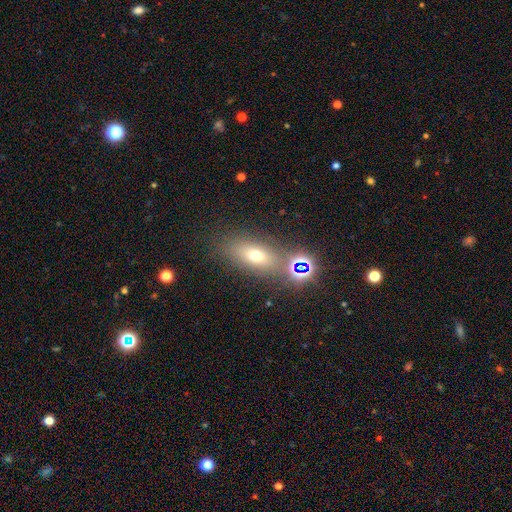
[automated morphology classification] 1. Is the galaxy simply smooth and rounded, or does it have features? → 61% smooth, 20% star or artifact, 19% featured or disk.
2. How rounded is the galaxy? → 69% in between, 16% round, 15% cigar-shaped.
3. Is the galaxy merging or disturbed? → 74% none, 12% minor disturbance, 9% merger, 5% major disturbance.